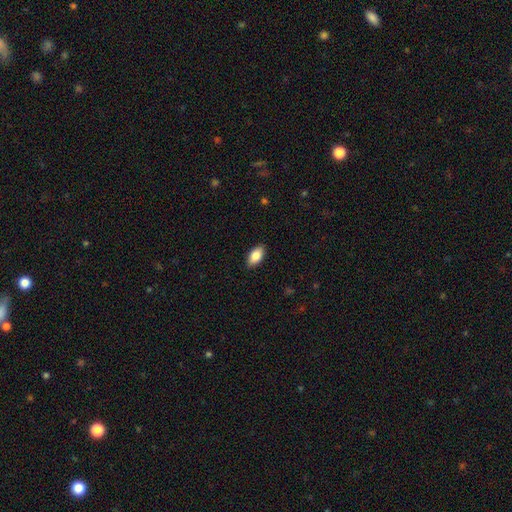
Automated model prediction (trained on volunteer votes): smooth-or-featured: smooth: 85% | featured or disk: 8% | star or artifact: 7%
  how-rounded: in between: 93% | round: 4% | cigar-shaped: 3%
  merging: none: 88% | minor disturbance: 9% | major disturbance: 2% | merger: 1%